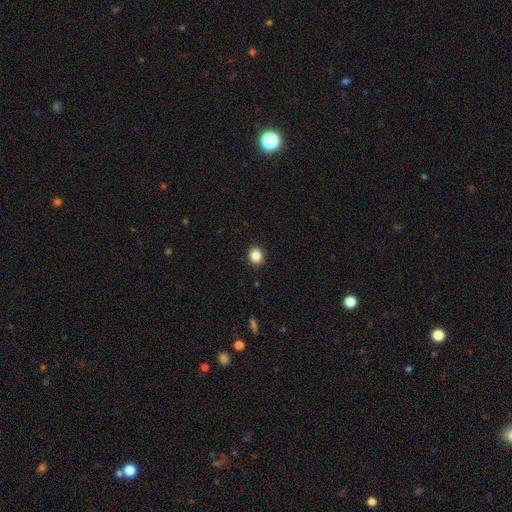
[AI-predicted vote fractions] Smooth or featured? Predicted: smooth (p=0.86). How rounded? Predicted: round (p=0.68). Merging? Predicted: none (p=0.91).